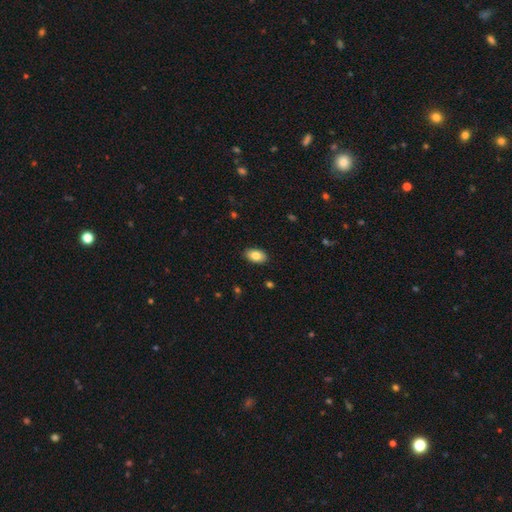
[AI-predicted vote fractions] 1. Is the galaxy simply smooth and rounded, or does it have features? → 83% smooth, 10% featured or disk, 7% star or artifact.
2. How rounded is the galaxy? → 92% in between, 6% round, 1% cigar-shaped.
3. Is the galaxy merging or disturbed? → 89% none, 8% minor disturbance, 2% major disturbance, 1% merger.